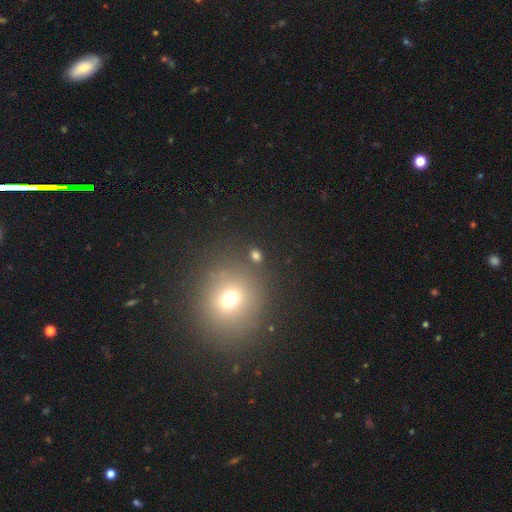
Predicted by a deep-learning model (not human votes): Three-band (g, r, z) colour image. It shows a smooth galaxy with no disk features (71%) that is in between round and cigar-shaped (52%). Merging: none (78%).